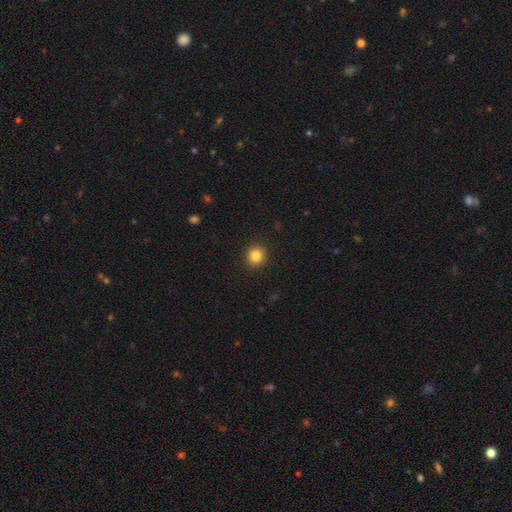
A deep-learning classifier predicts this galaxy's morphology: A smooth galaxy with no disk features (84%) that is round (91%).

Vote fractions:
- Smooth or featured? smooth: 84% / star or artifact: 11% / featured or disk: 5%
- How rounded? round: 91% / in between: 8% / cigar-shaped: 1%
- Merging? none: 92% / minor disturbance: 5% / major disturbance: 2% / merger: 1%